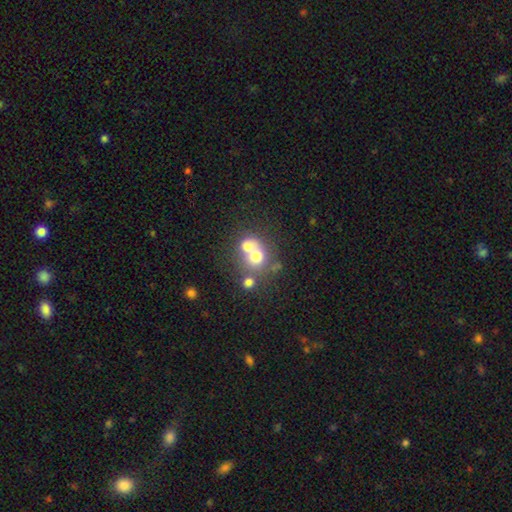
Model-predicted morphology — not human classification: Q: Smooth or featured?
A: smooth (64%); runner-up: featured or disk (24%)
Q: How rounded?
A: round (74%); runner-up: in between (25%)
Q: Merging?
A: merger (61%); runner-up: none (28%)